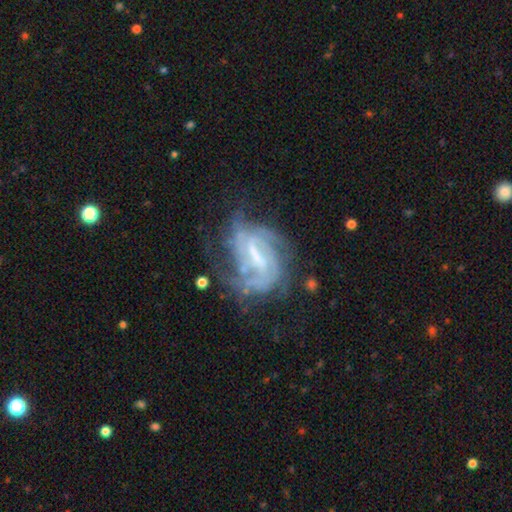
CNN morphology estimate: featured or disk 83%, smooth 9%, star or artifact 8%. Down the decision tree: edge-on disk — no (97%); bar — weak (45%); spiral arms — yes (88%); spiral arm count — can't tell (37%); spiral winding — tight (46%); bulge size — small (38%); merging — none (48%).